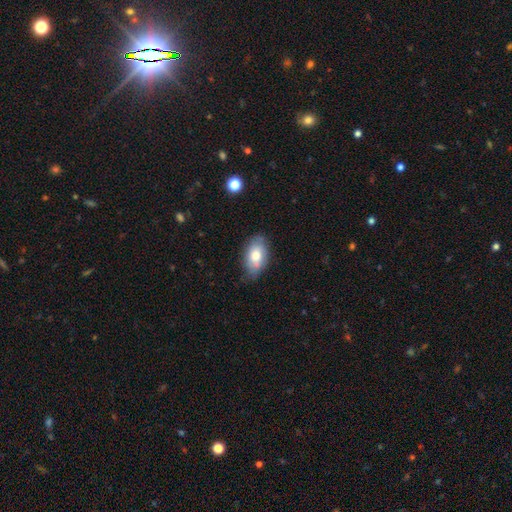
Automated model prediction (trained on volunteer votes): Q: Smooth or featured?
A: smooth (73%); runner-up: featured or disk (20%)
Q: How rounded?
A: in between (92%); runner-up: round (5%)
Q: Merging?
A: none (71%); runner-up: minor disturbance (23%)